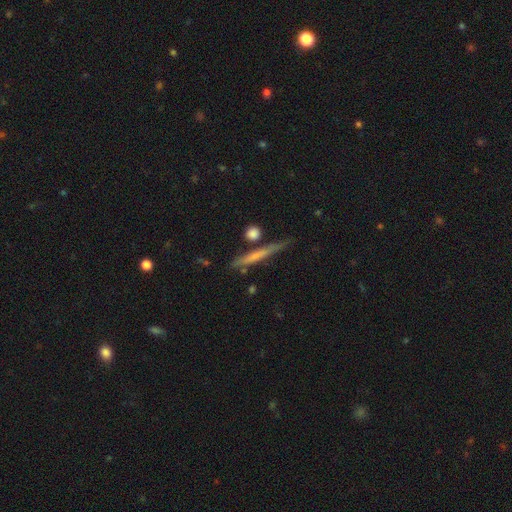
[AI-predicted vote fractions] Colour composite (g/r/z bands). It shows a smooth galaxy with no disk features (50%) that is cigar-shaped (91%). Merging: none (72%).